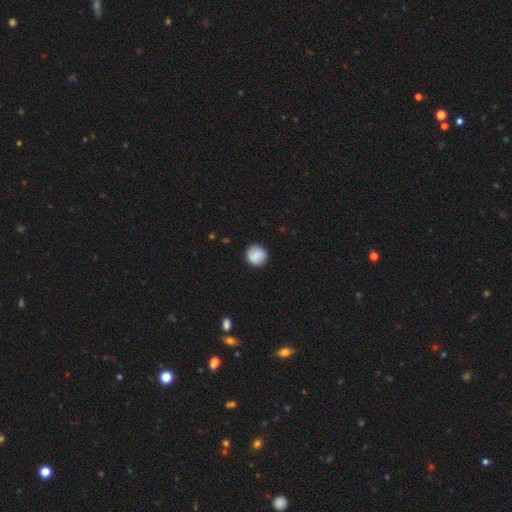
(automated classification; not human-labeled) Q: Smooth or featured?
A: smooth (78%); runner-up: featured or disk (14%)
Q: How rounded?
A: round (91%); runner-up: in between (8%)
Q: Merging?
A: none (88%); runner-up: minor disturbance (8%)